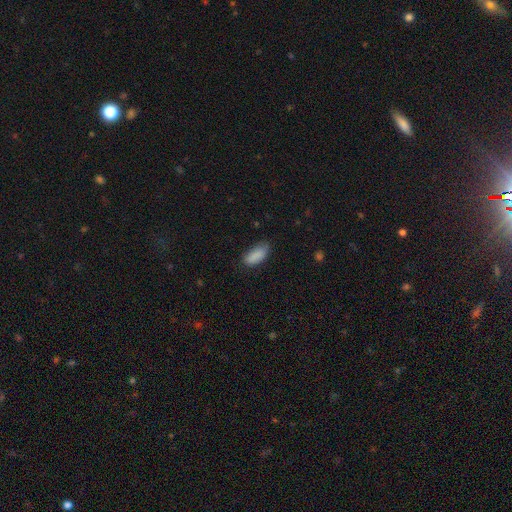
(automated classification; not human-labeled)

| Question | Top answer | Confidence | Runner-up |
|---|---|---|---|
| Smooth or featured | smooth | 88% | star or artifact (7%) |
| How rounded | in between | 86% | cigar-shaped (12%) |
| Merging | none | 72% | minor disturbance (22%) |